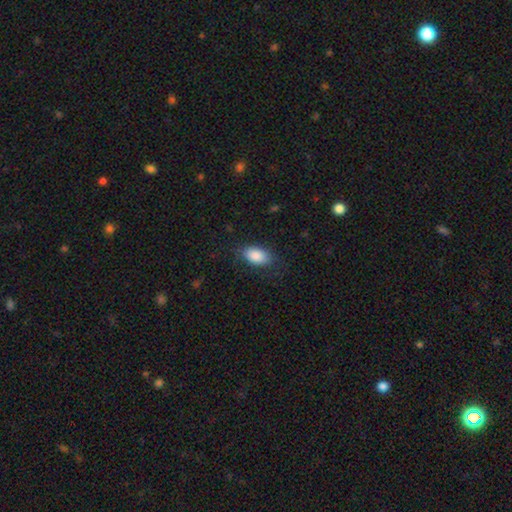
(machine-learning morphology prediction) This is clearly a smooth galaxy (88%). How rounded: clearly in between (92%). Merging: likely none (77%).